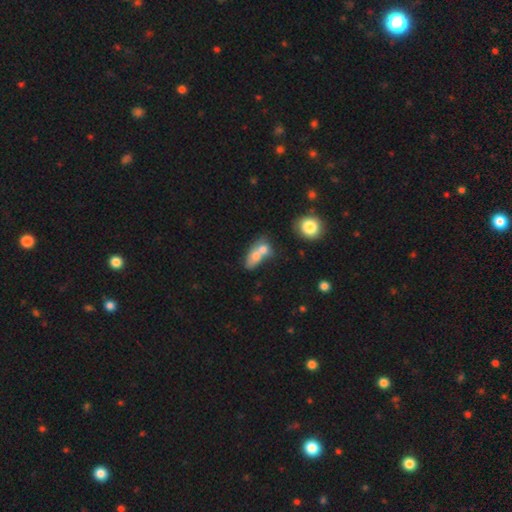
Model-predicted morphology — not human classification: smooth 69%, featured or disk 22%, star or artifact 10%. Down the decision tree: how rounded — in between (69%); merging — merger (65%).